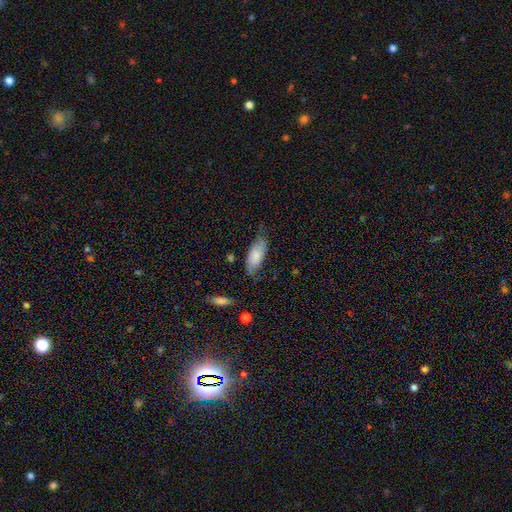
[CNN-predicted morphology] type=smooth (68%); roundness=in between (84%); merging=none (54%).